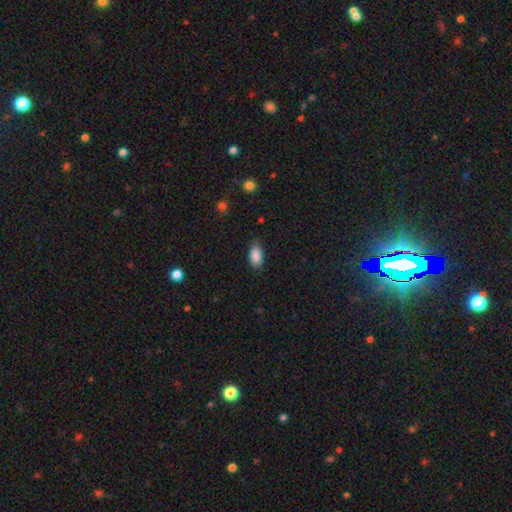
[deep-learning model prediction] Morphology: type=smooth (88%); roundness=in between (91%); merging=none (78%).